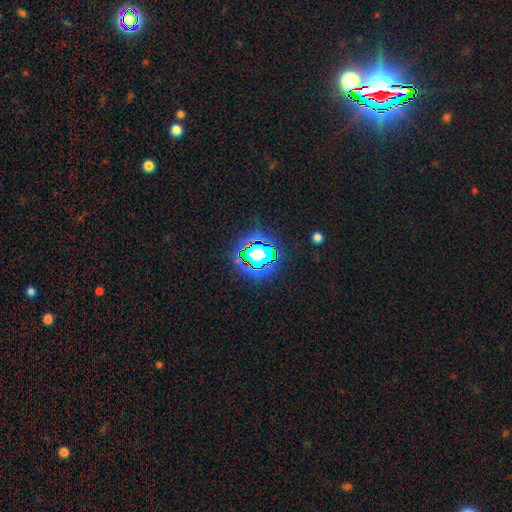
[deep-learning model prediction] Smooth or featured? star or artifact (78%)